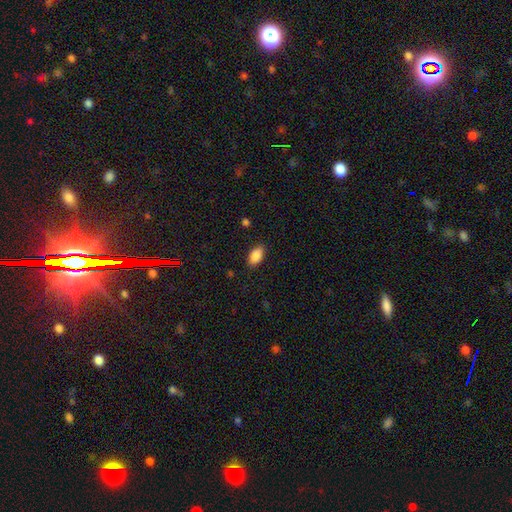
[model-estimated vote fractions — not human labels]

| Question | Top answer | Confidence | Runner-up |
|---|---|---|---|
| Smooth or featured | smooth | 88% | star or artifact (7%) |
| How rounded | in between | 92% | round (5%) |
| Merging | none | 86% | minor disturbance (10%) |